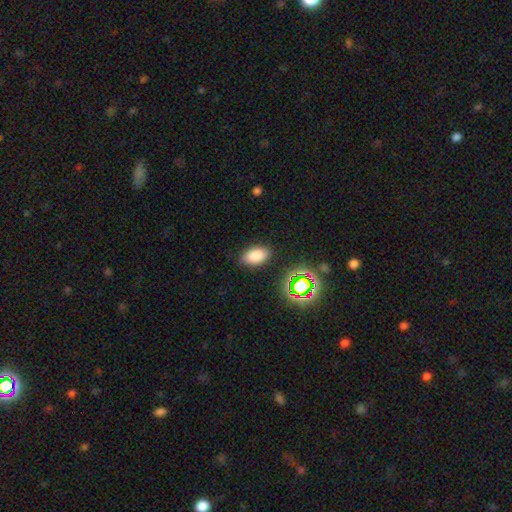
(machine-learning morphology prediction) Smooth or featured: smooth — 78% (star or artifact — 15%)
How rounded: in between — 91% (round — 7%)
Merging: none — 85% (minor disturbance — 11%)